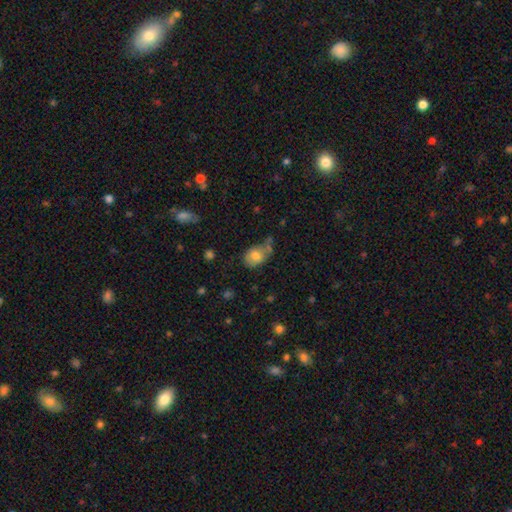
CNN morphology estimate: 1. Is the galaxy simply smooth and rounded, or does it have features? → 75% smooth, 16% featured or disk, 9% star or artifact.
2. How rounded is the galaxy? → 67% in between, 32% round, 1% cigar-shaped.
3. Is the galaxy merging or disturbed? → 47% none, 26% minor disturbance, 18% merger, 9% major disturbance.